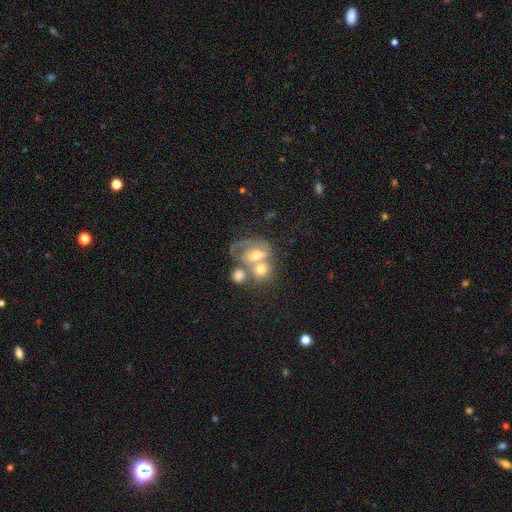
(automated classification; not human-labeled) Q: Smooth or featured?
A: featured or disk (64%); runner-up: smooth (25%)
Q: Edge-on disk?
A: no (96%); runner-up: yes (4%)
Q: Bar?
A: no (54%); runner-up: weak (32%)
Q: Spiral arms?
A: yes (61%); runner-up: no (39%)
Q: Bulge size?
A: moderate (62%); runner-up: small (24%)
Q: Merging?
A: merger (59%); runner-up: none (20%)